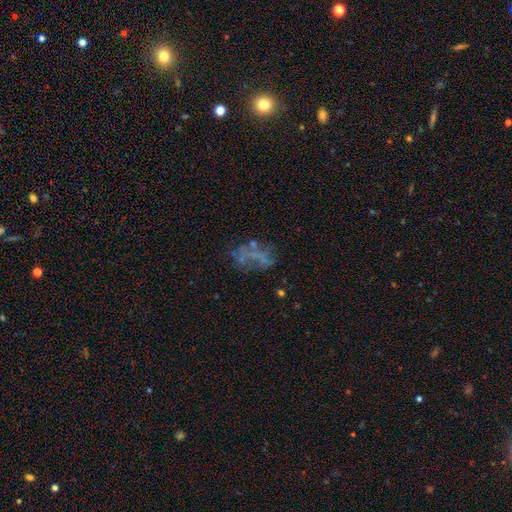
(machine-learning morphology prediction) Smooth or featured? featured or disk (46%)
Merging? none (48%)